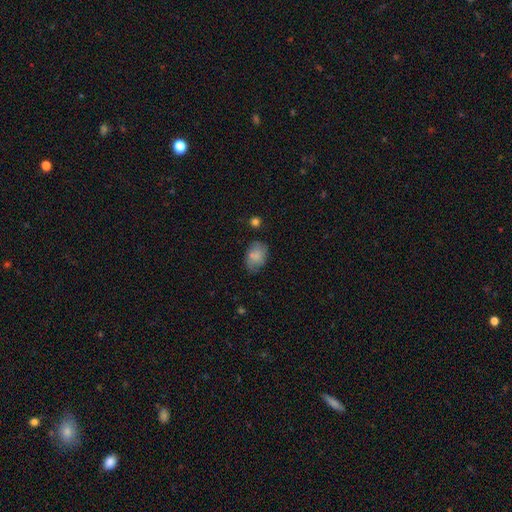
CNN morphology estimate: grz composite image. It shows a smooth galaxy with no disk features (79%) that is in between round and cigar-shaped (80%). Merging: none (66%).